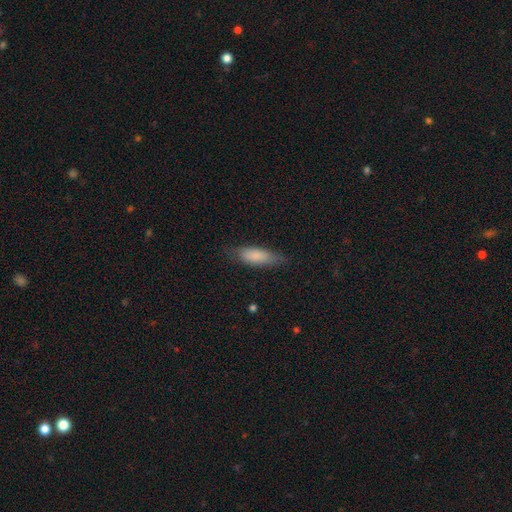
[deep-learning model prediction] Smooth or featured? Predicted: smooth (p=0.81). How rounded? Predicted: in between (p=0.61). Merging? Predicted: none (p=0.72).